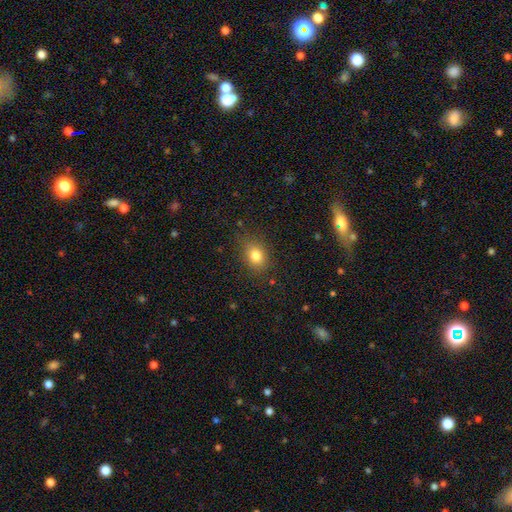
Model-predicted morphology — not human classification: Smooth or featured?
  - smooth: 81% *
  - star or artifact: 12%
  - featured or disk: 8%
How rounded?
  - in between: 59% *
  - round: 39%
  - cigar-shaped: 1%
Merging?
  - none: 81% *
  - minor disturbance: 13%
  - major disturbance: 4%
  - merger: 1%